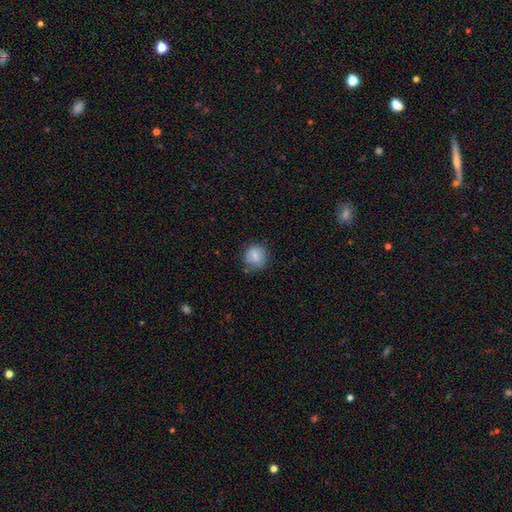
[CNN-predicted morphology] Smooth or featured?
  - smooth: 80% *
  - featured or disk: 12%
  - star or artifact: 8%
How rounded?
  - round: 83% *
  - in between: 16%
  - cigar-shaped: 1%
Merging?
  - none: 70% *
  - minor disturbance: 21%
  - major disturbance: 6%
  - merger: 3%